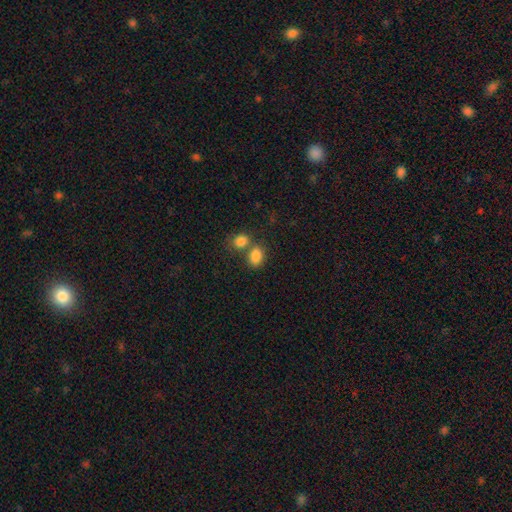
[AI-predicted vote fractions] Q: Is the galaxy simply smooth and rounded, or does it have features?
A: smooth — 84%.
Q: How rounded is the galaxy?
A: in between — 75%.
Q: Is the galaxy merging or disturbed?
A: none — 43%.